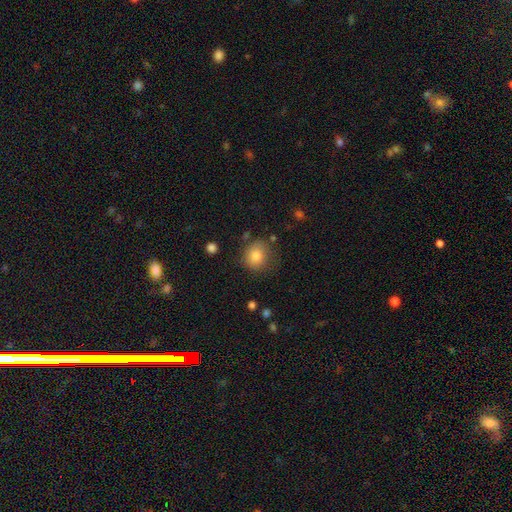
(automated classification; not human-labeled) Smooth or featured? Predicted: smooth (p=0.82). How rounded? Predicted: round (p=0.81). Merging? Predicted: none (p=0.75).